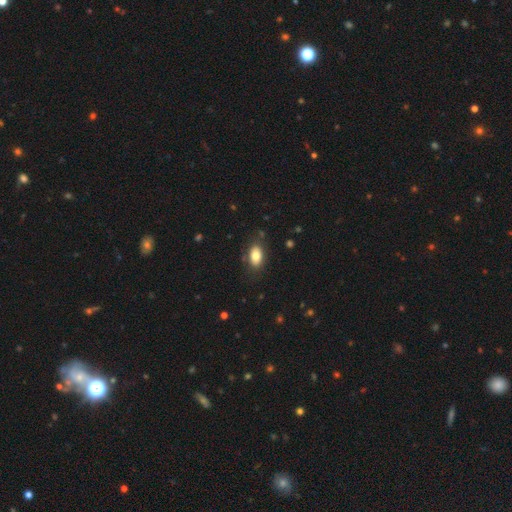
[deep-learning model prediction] This is likely a smooth galaxy (80%). How rounded: clearly in between (90%). Merging: clearly none (80%).